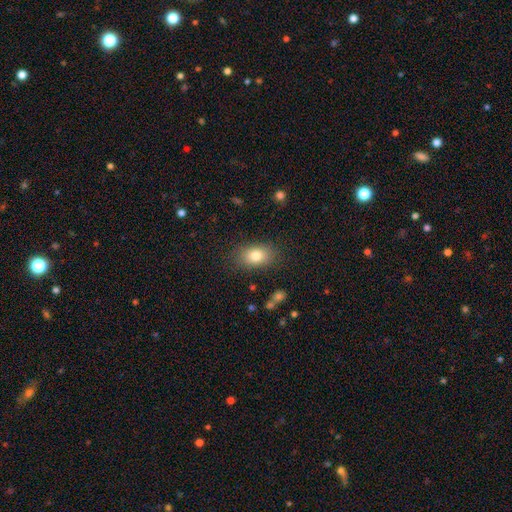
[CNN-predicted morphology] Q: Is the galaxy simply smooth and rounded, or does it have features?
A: smooth — 81%.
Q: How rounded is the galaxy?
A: in between — 81%.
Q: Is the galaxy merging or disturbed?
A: none — 83%.